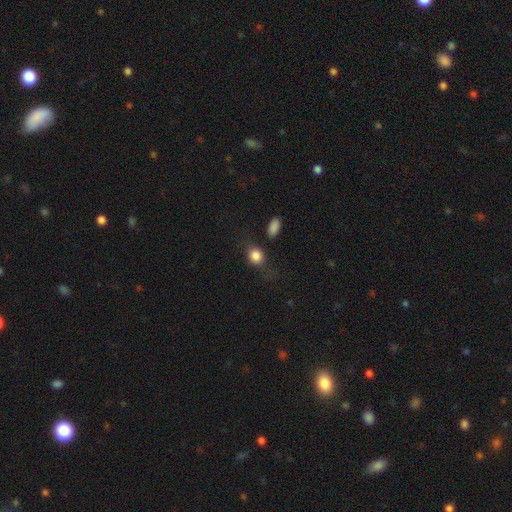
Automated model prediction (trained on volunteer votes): Smooth or featured? Predicted: smooth (p=0.80). How rounded? Predicted: round (p=0.66). Merging? Predicted: none (p=0.63).